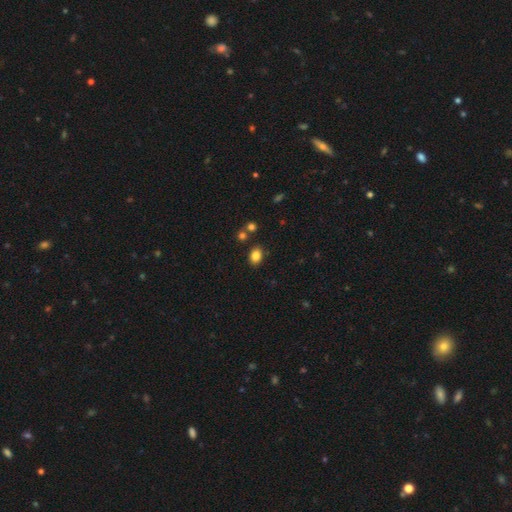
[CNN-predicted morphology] Smooth or featured? Predicted: smooth (p=0.84). How rounded? Predicted: in between (p=0.68). Merging? Predicted: none (p=0.81).